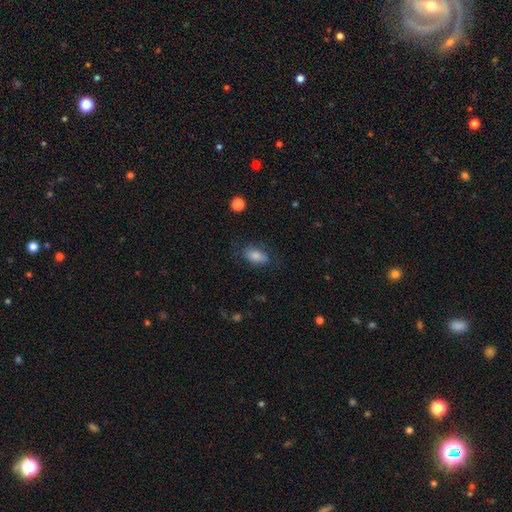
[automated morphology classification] Smooth or featured: smooth — 79% (featured or disk — 12%)
How rounded: in between — 89% (round — 6%)
Merging: none — 73% (minor disturbance — 19%)